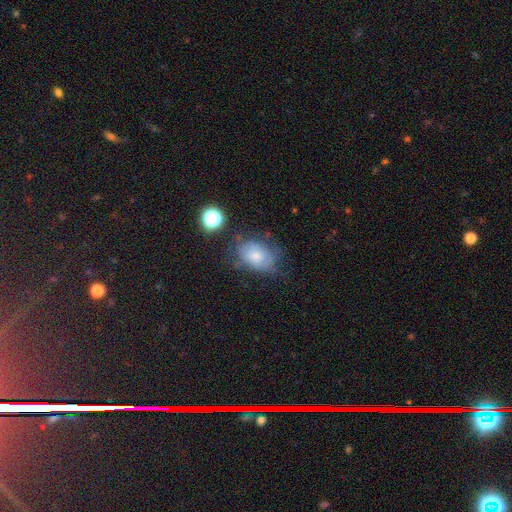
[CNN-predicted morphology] The model was most divided on "smooth or featured": smooth: 49%, featured or disk: 39%, star or artifact: 12%. More confident: merging — none (53%).